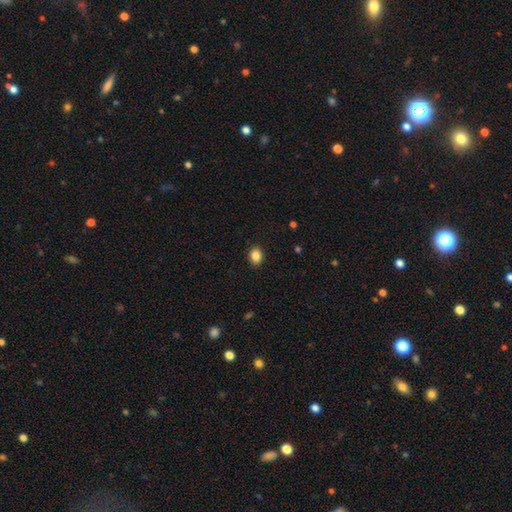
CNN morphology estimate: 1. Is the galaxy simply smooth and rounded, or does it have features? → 87% smooth, 9% star or artifact, 4% featured or disk.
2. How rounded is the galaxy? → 60% in between, 39% round, 1% cigar-shaped.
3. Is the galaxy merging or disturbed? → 90% none, 7% minor disturbance, 2% major disturbance, 1% merger.